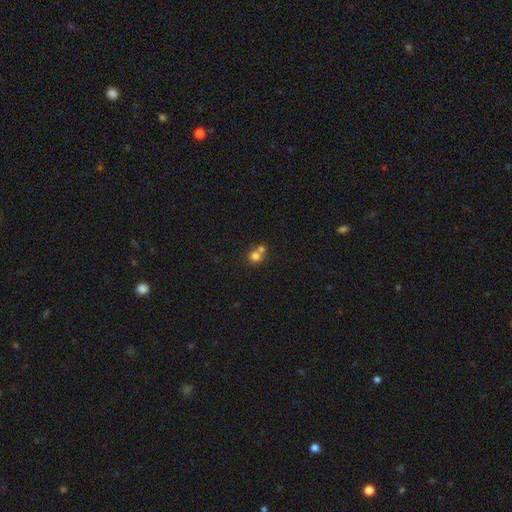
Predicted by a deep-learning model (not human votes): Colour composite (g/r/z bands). It shows a smooth galaxy with no disk features (76%) that is round (84%). Merging: merger (50%).